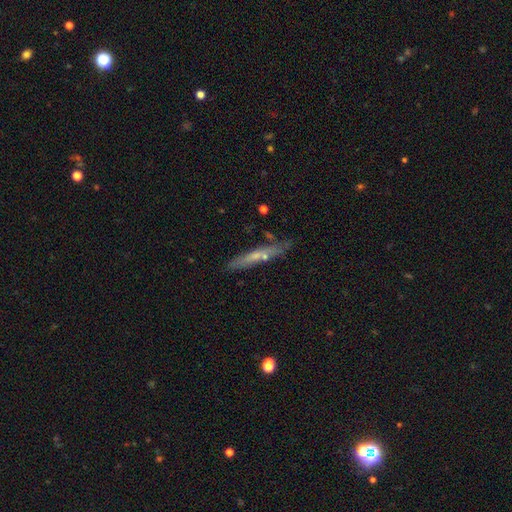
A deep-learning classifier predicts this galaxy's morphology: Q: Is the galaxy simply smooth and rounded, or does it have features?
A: featured or disk — 52%.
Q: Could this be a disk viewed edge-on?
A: yes — 84%.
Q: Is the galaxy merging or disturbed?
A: none — 76%.